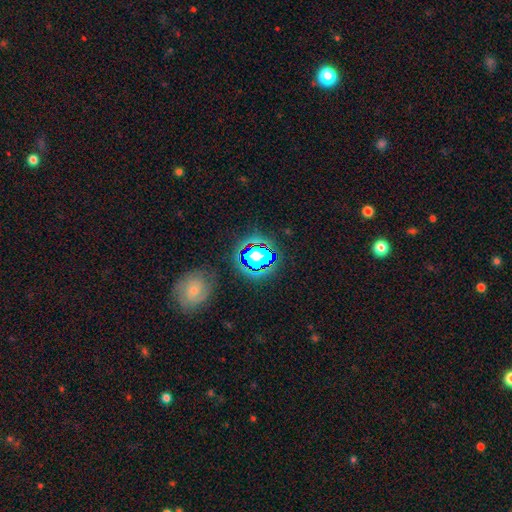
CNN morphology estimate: smooth_or_featured: star or artifact (p=0.49) [alt: smooth p=0.35]